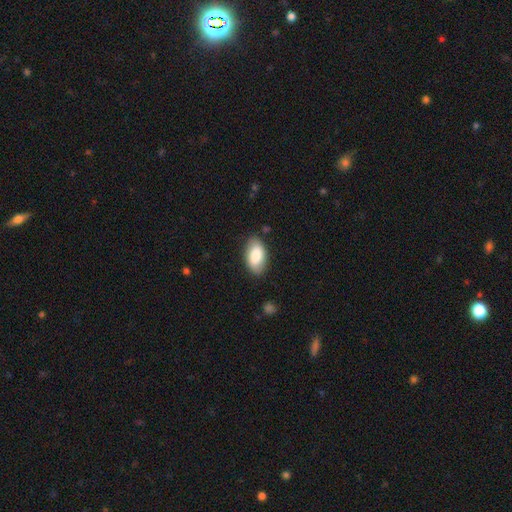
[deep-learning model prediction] smooth_or_featured: smooth (p=0.80) [alt: featured or disk p=0.14]
how_rounded: in between (p=0.94) [alt: round p=0.04]
merging: none (p=0.83) [alt: minor disturbance p=0.13]